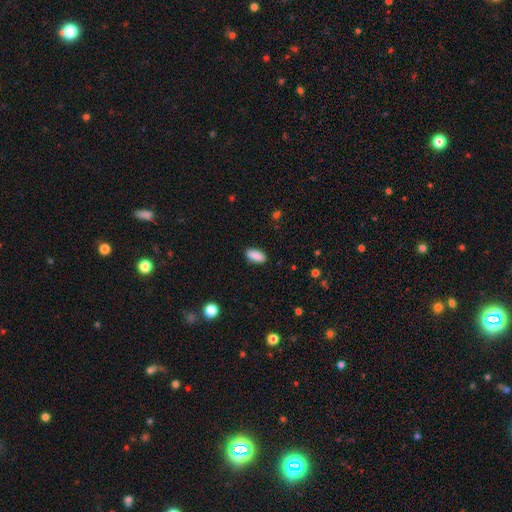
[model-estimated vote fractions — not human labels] Overall: smooth (88%). How rounded: in between (87%). Merging: none (86%).